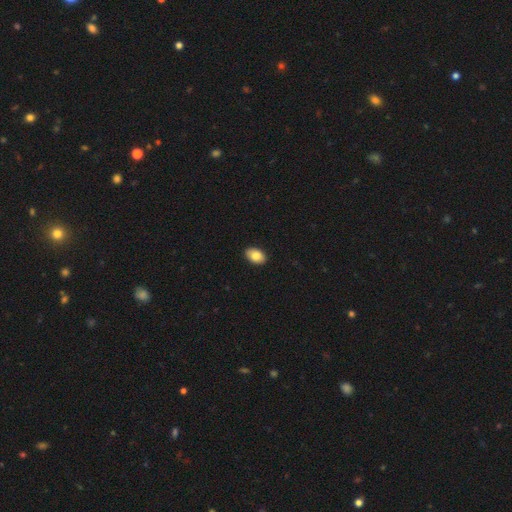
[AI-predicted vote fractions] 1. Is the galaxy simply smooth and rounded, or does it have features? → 84% smooth, 9% featured or disk, 7% star or artifact.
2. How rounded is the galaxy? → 88% in between, 10% round, 1% cigar-shaped.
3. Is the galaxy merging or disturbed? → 90% none, 8% minor disturbance, 2% major disturbance, 1% merger.